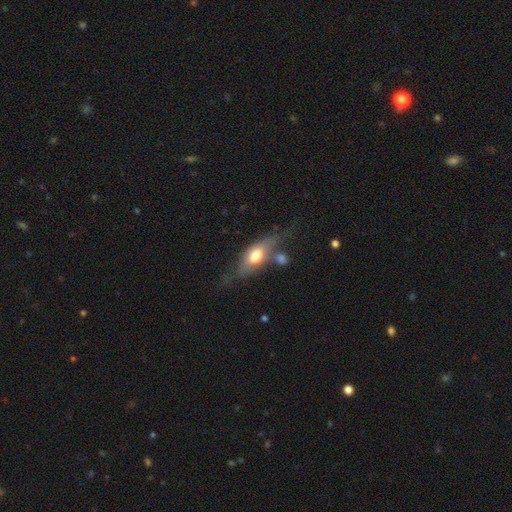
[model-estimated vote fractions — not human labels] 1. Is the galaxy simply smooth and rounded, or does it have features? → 58% smooth, 35% featured or disk, 7% star or artifact.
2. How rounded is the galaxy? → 76% in between, 19% cigar-shaped, 5% round.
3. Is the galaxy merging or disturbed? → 46% none, 24% minor disturbance, 16% major disturbance, 14% merger.